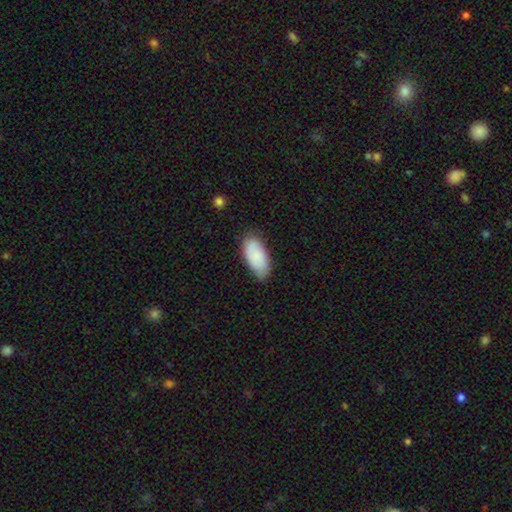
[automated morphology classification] Smooth or featured: smooth — 81% (featured or disk — 12%)
How rounded: in between — 92% (cigar-shaped — 6%)
Merging: none — 73% (minor disturbance — 21%)